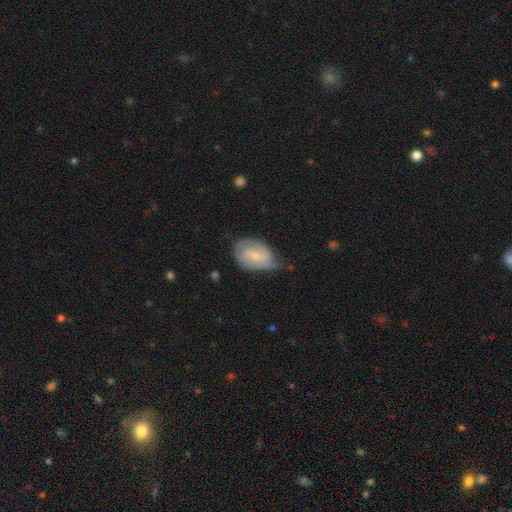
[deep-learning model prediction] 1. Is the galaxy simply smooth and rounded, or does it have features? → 58% featured or disk, 36% smooth, 6% star or artifact.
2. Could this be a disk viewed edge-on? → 96% no, 4% yes.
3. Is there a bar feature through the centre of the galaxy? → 53% no, 39% weak, 8% strong.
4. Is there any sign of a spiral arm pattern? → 82% yes, 18% no.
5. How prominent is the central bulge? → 64% small, 28% moderate, 5% none, 2% large, 1% dominant.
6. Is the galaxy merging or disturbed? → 41% minor disturbance, 40% none, 17% major disturbance, 2% merger.